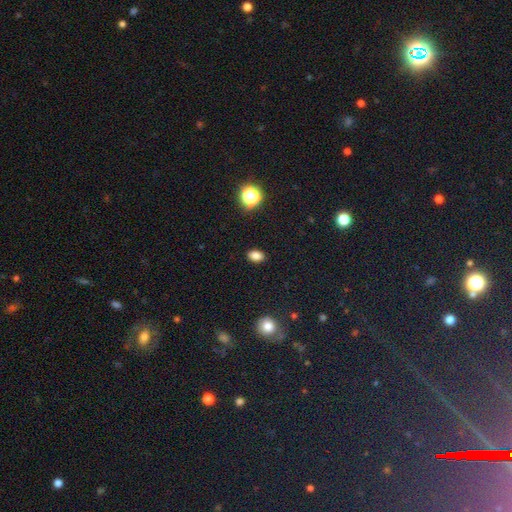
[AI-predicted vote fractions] smooth_or_featured: smooth (p=0.82) [alt: star or artifact p=0.13]
how_rounded: in between (p=0.79) [alt: round p=0.19]
merging: none (p=0.88) [alt: minor disturbance p=0.08]